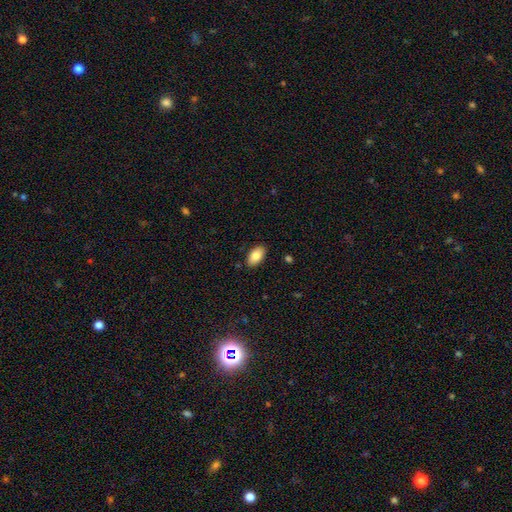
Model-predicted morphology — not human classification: Q: Smooth or featured?
A: smooth (84%); runner-up: featured or disk (9%)
Q: How rounded?
A: in between (94%); runner-up: round (4%)
Q: Merging?
A: none (88%); runner-up: minor disturbance (9%)